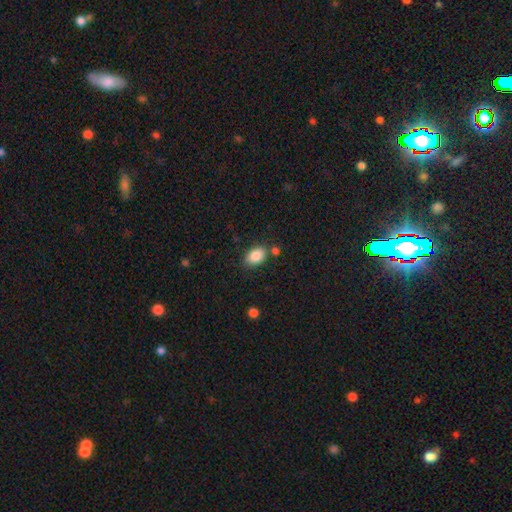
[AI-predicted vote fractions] Morphology: type=smooth (86%); roundness=in between (86%); merging=none (77%).